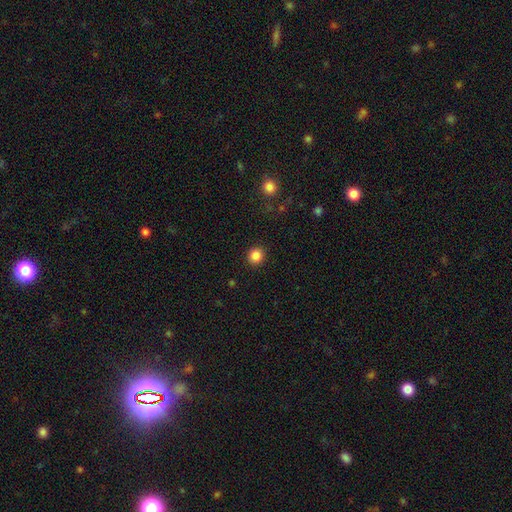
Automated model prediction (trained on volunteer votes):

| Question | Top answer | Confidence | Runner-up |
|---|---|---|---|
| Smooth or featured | smooth | 86% | star or artifact (11%) |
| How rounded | round | 88% | in between (11%) |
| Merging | none | 91% | minor disturbance (6%) |